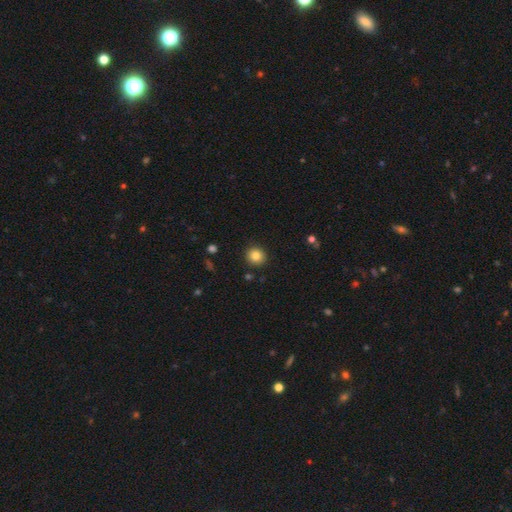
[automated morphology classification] The model was most divided on "smooth or featured": smooth: 82%, star or artifact: 11%, featured or disk: 7%. More confident: merging — none (90%); how rounded — round (89%).